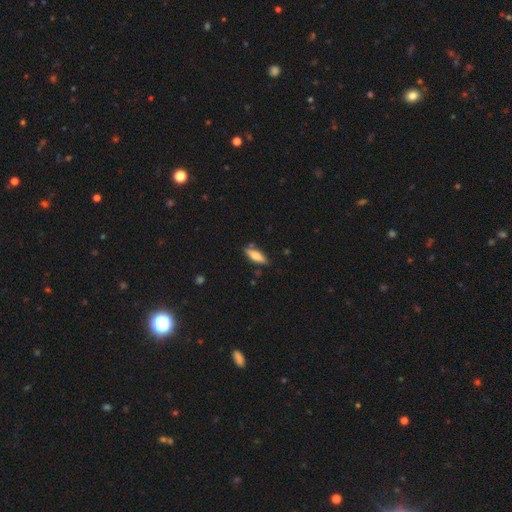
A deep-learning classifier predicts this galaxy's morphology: type=smooth (63%); roundness=in between (49%, tied with cigar-shaped); merging=none (77%).